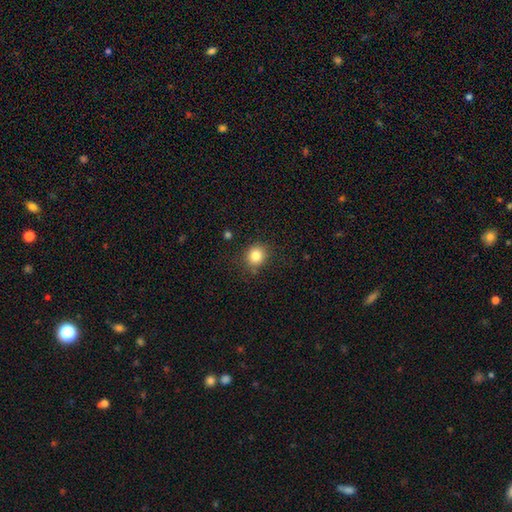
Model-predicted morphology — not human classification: Smooth or featured? smooth (83%)
How rounded? round (84%)
Merging? none (83%)